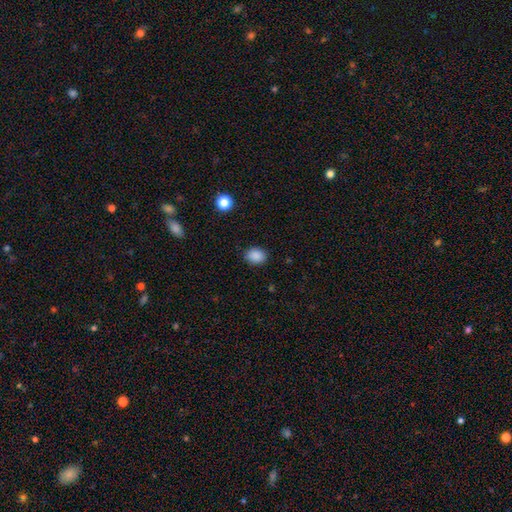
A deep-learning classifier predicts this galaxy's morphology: Smooth or featured: smooth — 88% (star or artifact — 9%)
How rounded: round — 54% (in between — 45%)
Merging: none — 85% (minor disturbance — 11%)